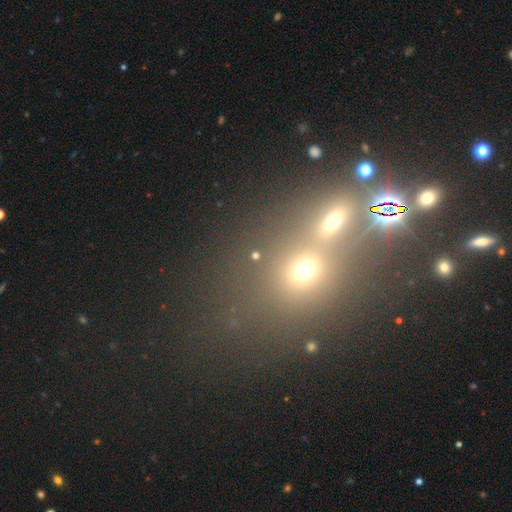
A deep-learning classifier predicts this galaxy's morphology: smooth 55%, star or artifact 37%, featured or disk 8%. Down the decision tree: how rounded — round (83%); merging — none (78%).